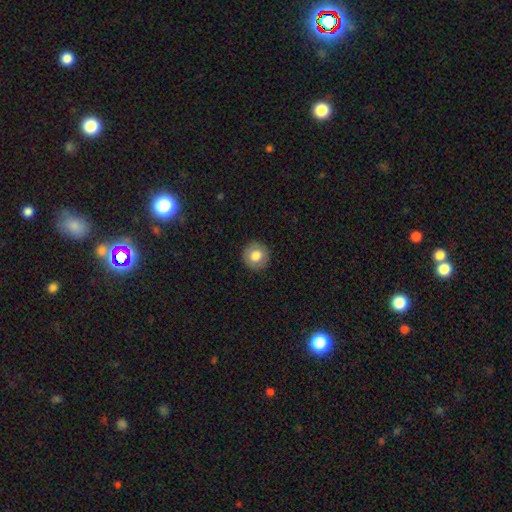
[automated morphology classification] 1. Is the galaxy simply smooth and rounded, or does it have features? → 78% smooth, 14% featured or disk, 8% star or artifact.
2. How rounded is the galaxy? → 94% round, 6% in between, 1% cigar-shaped.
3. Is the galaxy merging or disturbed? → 91% none, 6% minor disturbance, 2% major disturbance, 1% merger.